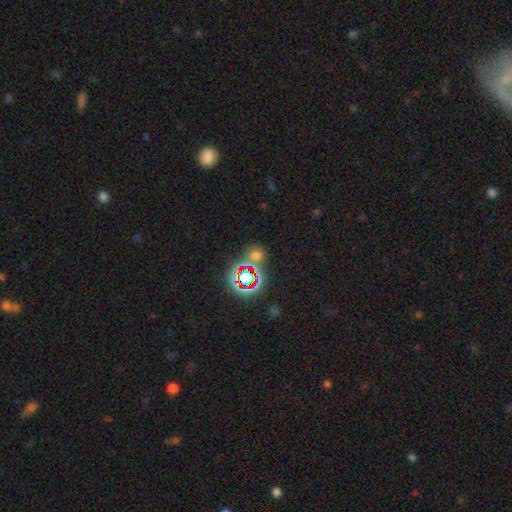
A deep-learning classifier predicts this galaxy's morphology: This is possibly a star or artifact rather than a galaxy (46%).